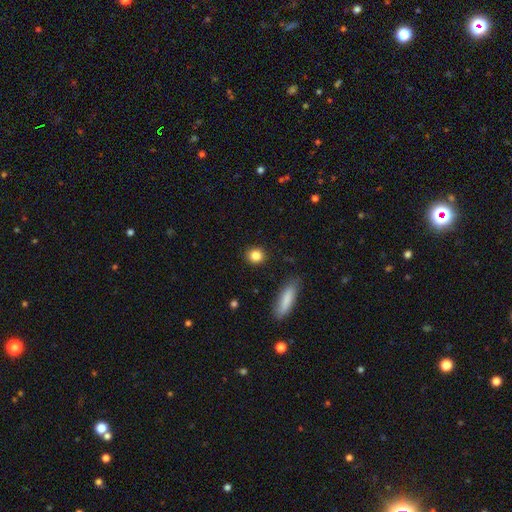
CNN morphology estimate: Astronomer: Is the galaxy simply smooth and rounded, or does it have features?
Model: smooth — 85%.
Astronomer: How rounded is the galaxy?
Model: round — 81%.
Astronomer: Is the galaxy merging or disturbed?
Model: none — 90%.